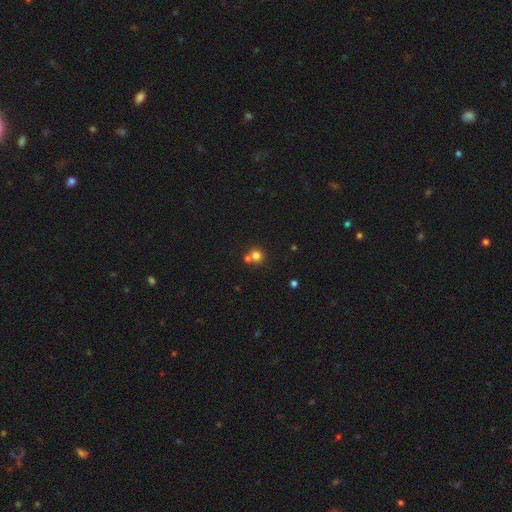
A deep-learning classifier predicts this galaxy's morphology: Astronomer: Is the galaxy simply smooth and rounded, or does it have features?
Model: smooth — 78%.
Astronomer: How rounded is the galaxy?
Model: round — 86%.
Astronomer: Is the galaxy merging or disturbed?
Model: none — 55% (runner-up: merger, 35%).